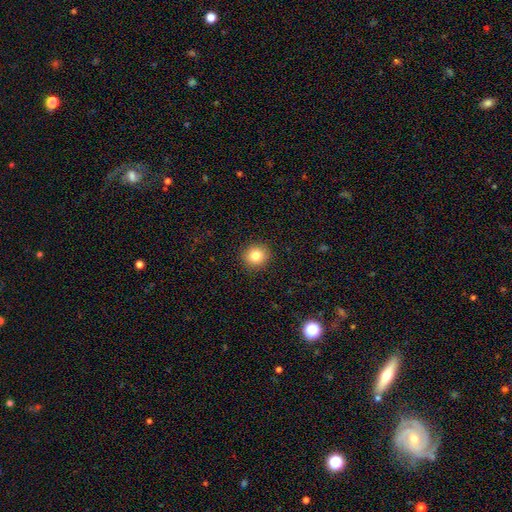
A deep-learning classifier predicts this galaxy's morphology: Smooth or featured: smooth — 82% (star or artifact — 11%)
How rounded: round — 89% (in between — 10%)
Merging: none — 92% (minor disturbance — 5%)